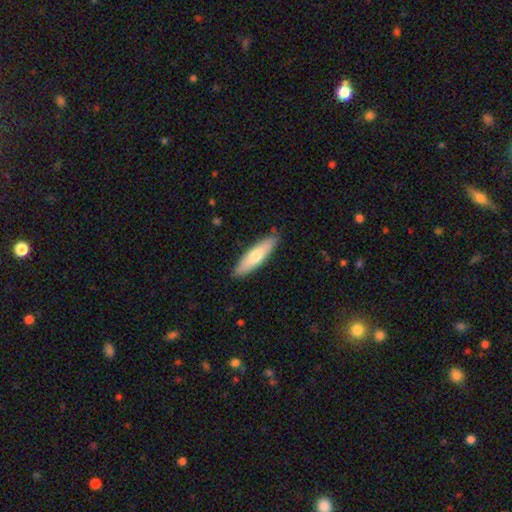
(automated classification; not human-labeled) Smooth or featured: smooth — 67% (featured or disk — 28%)
How rounded: cigar-shaped — 65% (in between — 34%)
Merging: none — 87% (minor disturbance — 11%)